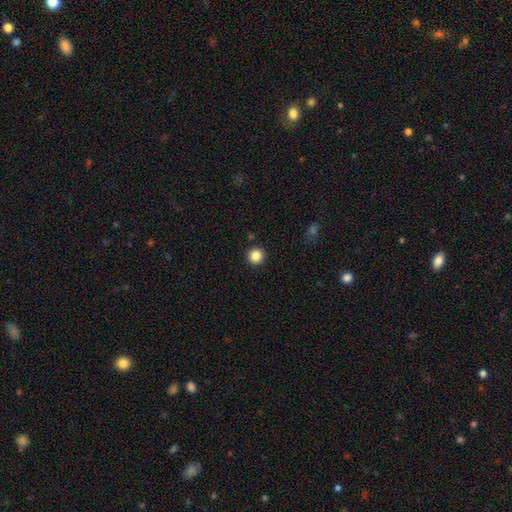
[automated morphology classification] The model was most divided on "smooth or featured": smooth: 85%, star or artifact: 11%, featured or disk: 4%. More confident: how rounded — round (96%); merging — none (92%).